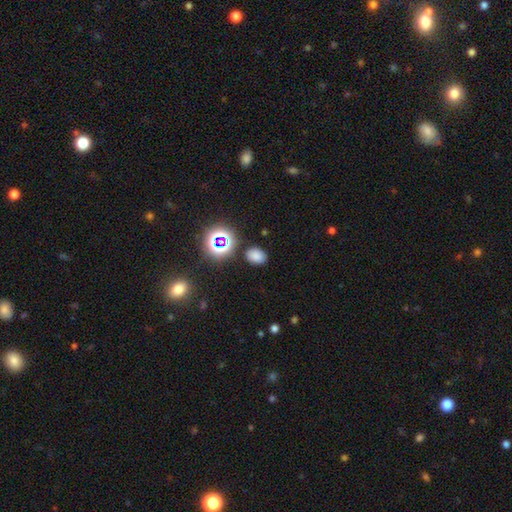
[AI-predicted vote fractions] Smooth or featured? smooth (73%)
How rounded? in between (68%)
Merging? none (83%)